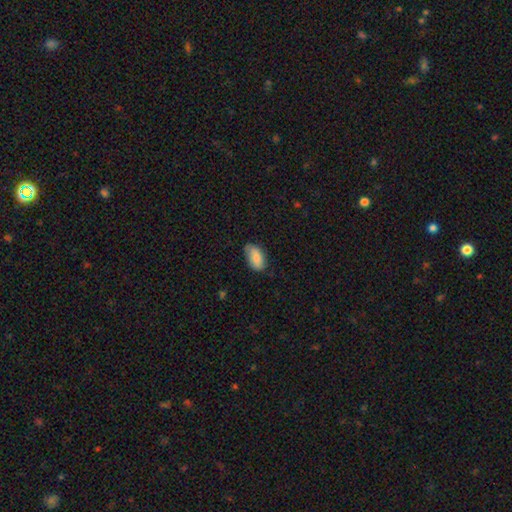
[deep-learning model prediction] Smooth or featured? smooth (86%)
How rounded? in between (94%)
Merging? none (69%)